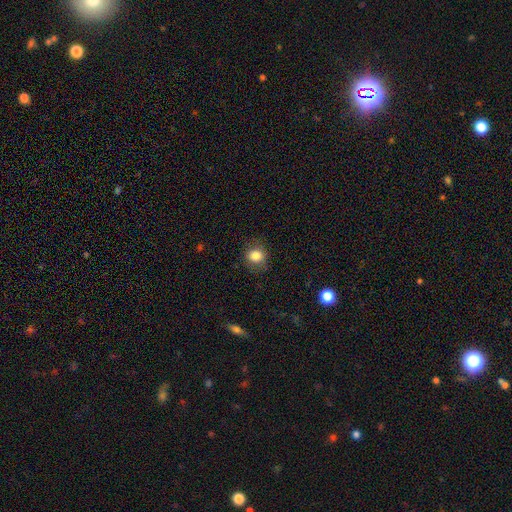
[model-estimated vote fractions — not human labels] Smooth or featured: smooth — 83% (star or artifact — 10%)
How rounded: round — 73% (in between — 26%)
Merging: none — 82% (minor disturbance — 13%)